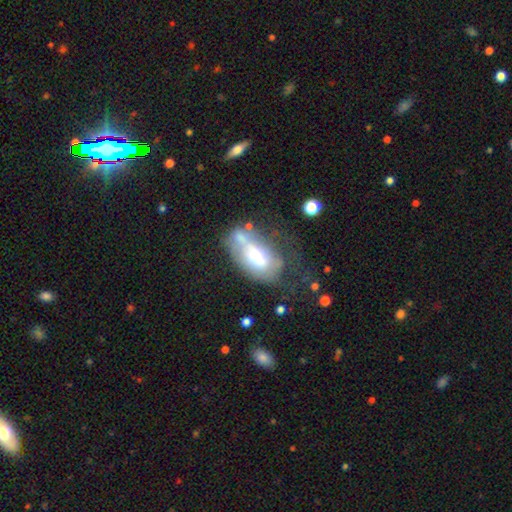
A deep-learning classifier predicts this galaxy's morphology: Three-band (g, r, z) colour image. It shows a smooth galaxy with no disk features (46%). Merging: none (32%).